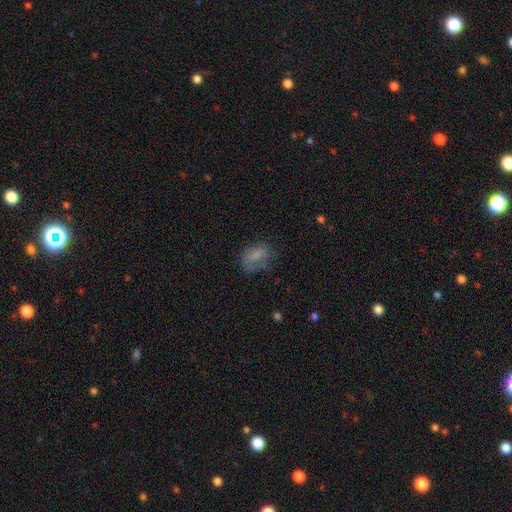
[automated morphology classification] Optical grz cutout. It shows a smooth galaxy with no disk features (66%) that is in between round and cigar-shaped (76%). Merging: none (51%).